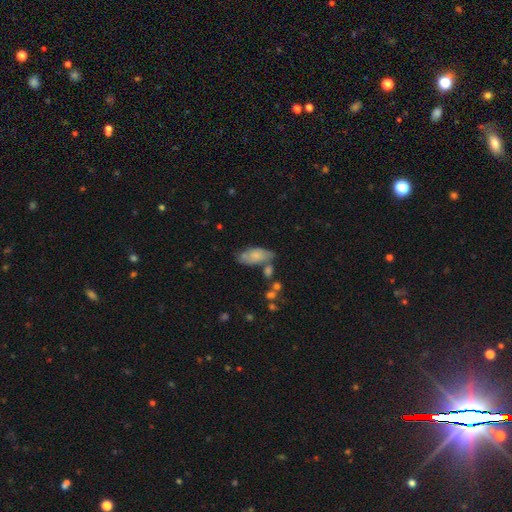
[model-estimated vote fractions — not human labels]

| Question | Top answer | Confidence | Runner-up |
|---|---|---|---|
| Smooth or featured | smooth | 66% | featured or disk (26%) |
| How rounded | in between | 89% | cigar-shaped (8%) |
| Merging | none | 48% | minor disturbance (26%) |